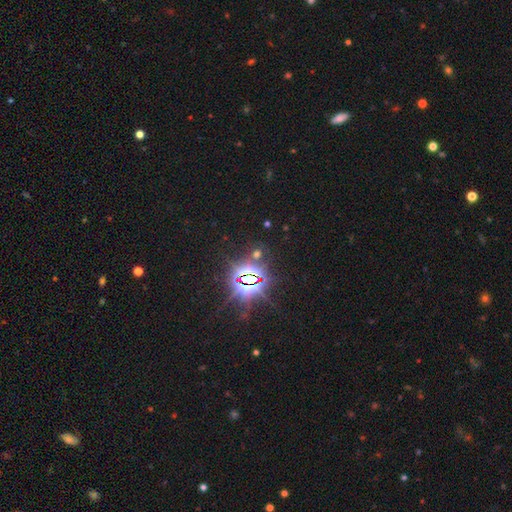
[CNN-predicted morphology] Smooth or featured: star or artifact — 85% (smooth — 8%)